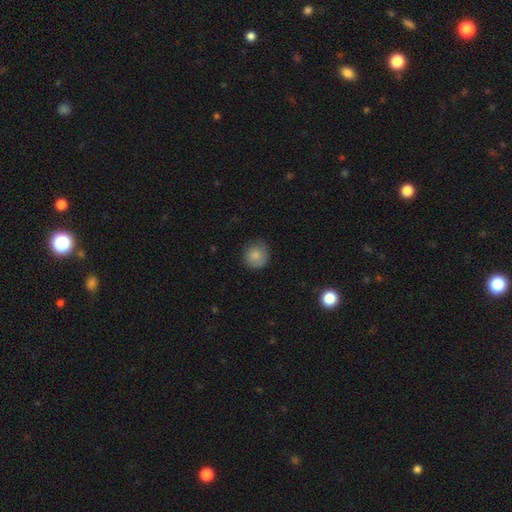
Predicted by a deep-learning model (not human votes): A smooth galaxy with no disk features (85%) that is round (91%). Merging: none (82%).